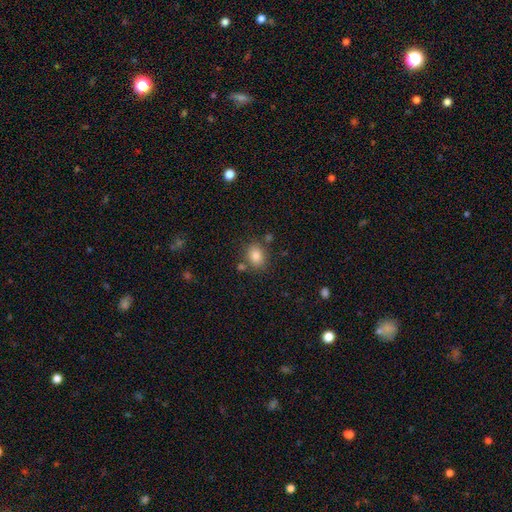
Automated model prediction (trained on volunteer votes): A smooth galaxy with no disk features (83%) that is in between round and cigar-shaped (53%).

Vote fractions:
- Smooth or featured? smooth: 83% / star or artifact: 10% / featured or disk: 7%
- How rounded? in between: 53% / round: 46% / cigar-shaped: 1%
- Merging? none: 75% / minor disturbance: 13% / merger: 8% / major disturbance: 4%